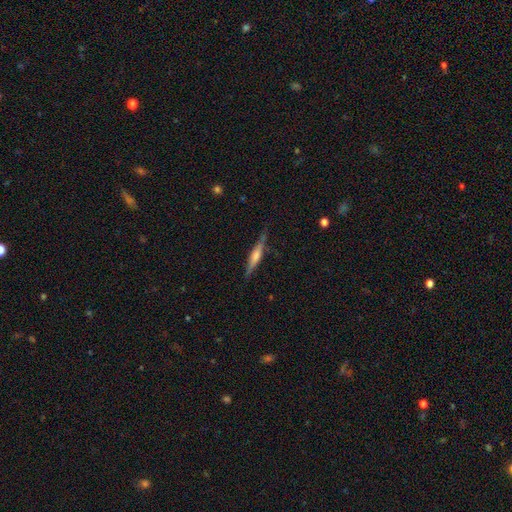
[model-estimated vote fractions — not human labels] smooth_or_featured: featured or disk (p=0.65) [alt: smooth p=0.29]
disk_edge_on: yes (p=0.97) [alt: no p=0.03]
edge_on_bulge: rounded (p=0.63) [alt: boxy p=0.23]
merging: none (p=0.84) [alt: minor disturbance p=0.13]